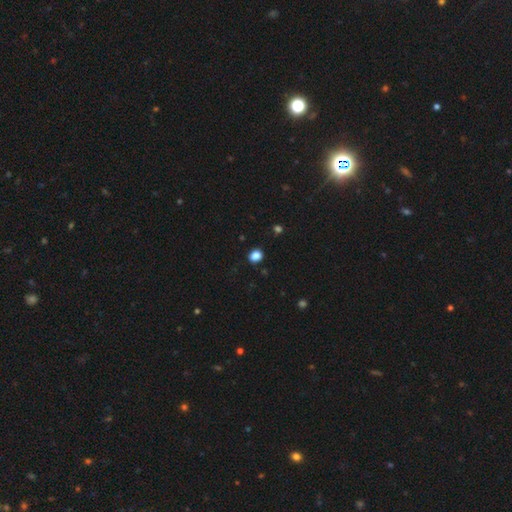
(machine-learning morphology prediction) Smooth or featured? Predicted: smooth (p=0.85). How rounded? Predicted: round (p=0.62). Merging? Predicted: none (p=0.88).